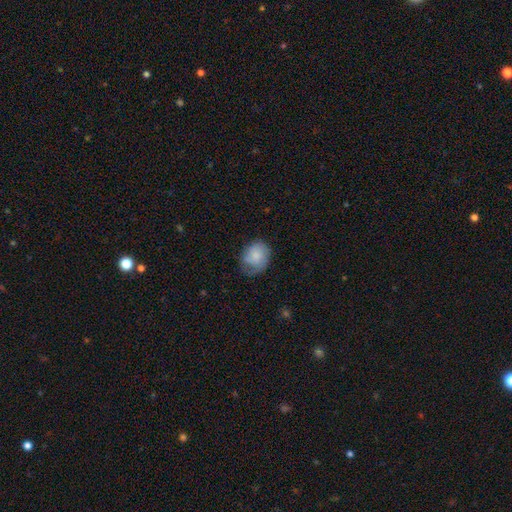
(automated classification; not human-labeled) Q: Smooth or featured?
A: smooth (76%); runner-up: featured or disk (17%)
Q: How rounded?
A: in between (52%); runner-up: round (48%)
Q: Merging?
A: none (47%); runner-up: minor disturbance (34%)